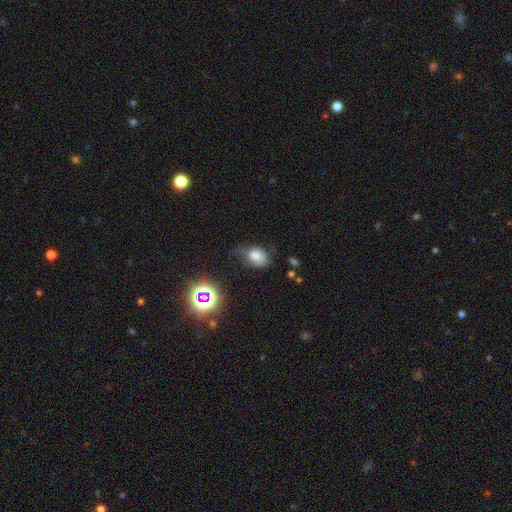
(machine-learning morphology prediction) The model was most divided on "merging": none: 43%, minor disturbance: 36%, major disturbance: 19%, merger: 3%. More confident: how rounded — in between (71%); smooth or featured — smooth (69%).